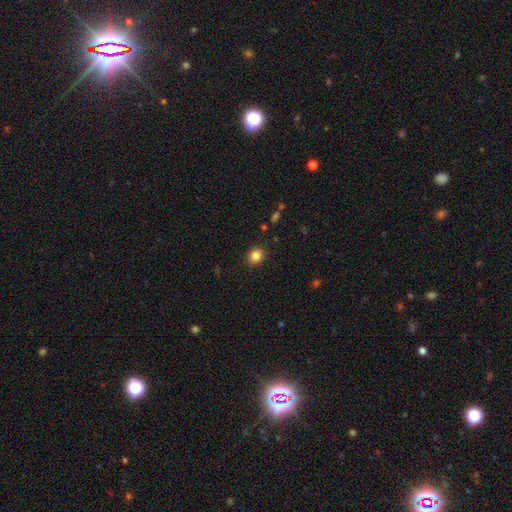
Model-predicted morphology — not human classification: Smooth or featured: smooth — 84% (star or artifact — 11%)
How rounded: round — 66% (in between — 33%)
Merging: none — 89% (minor disturbance — 8%)